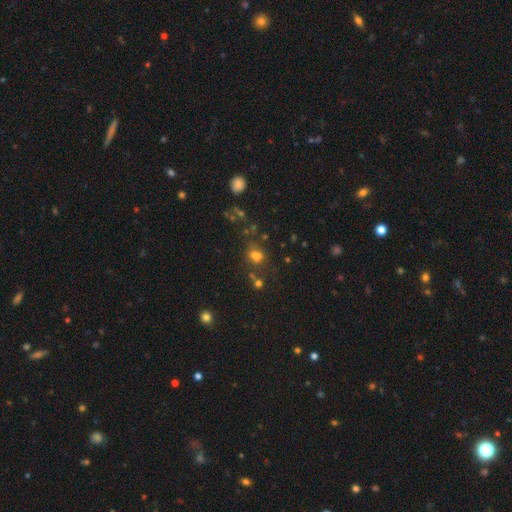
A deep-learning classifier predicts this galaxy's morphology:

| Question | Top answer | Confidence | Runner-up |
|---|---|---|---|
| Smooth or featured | smooth | 63% | star or artifact (25%) |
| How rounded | in between | 51% | round (46%) |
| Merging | none | 53% | merger (23%) |